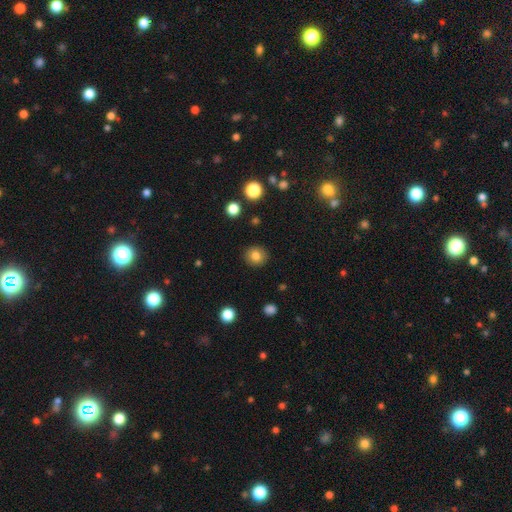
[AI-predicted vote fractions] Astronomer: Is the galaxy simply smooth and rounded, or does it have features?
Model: smooth — 81%.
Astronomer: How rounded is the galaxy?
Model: round — 86%.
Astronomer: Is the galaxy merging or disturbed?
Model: none — 90%.